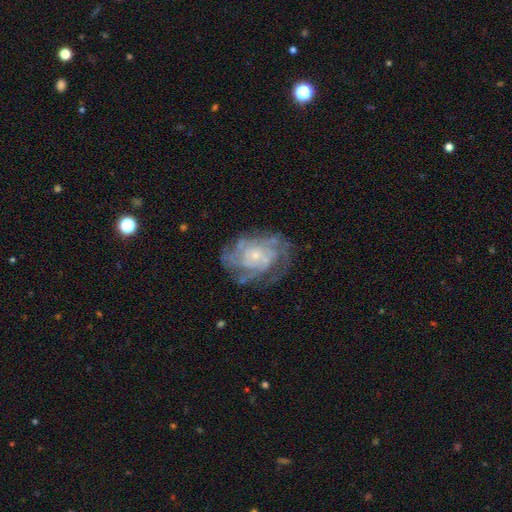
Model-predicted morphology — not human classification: Smooth or featured? featured or disk (81%)
Edge-on disk? no (97%)
Bar? no (79%)
Spiral arms? yes (89%)
Spiral winding? tight (62%)
Spiral arm count? can't tell (43%)
Bulge size? small (71%)
Merging? none (68%)